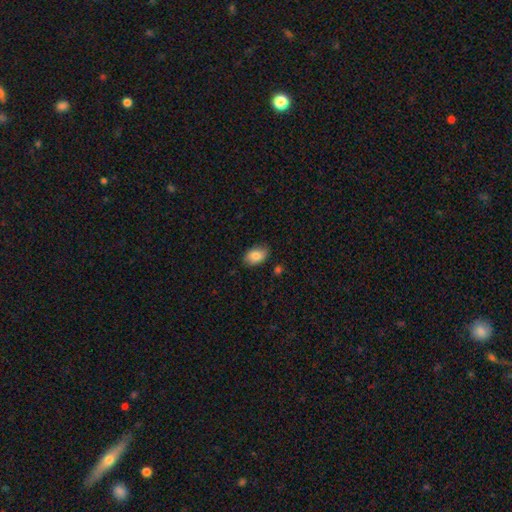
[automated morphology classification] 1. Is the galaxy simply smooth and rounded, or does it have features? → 86% smooth, 7% featured or disk, 7% star or artifact.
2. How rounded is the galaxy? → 89% in between, 10% round, 1% cigar-shaped.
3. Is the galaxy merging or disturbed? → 82% none, 13% minor disturbance, 3% major disturbance, 1% merger.